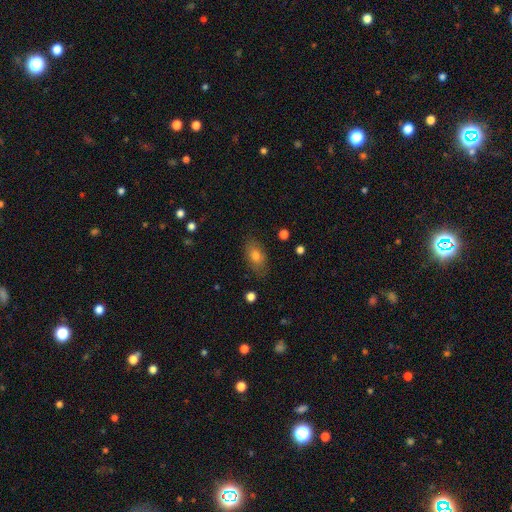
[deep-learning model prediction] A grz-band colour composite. It shows a smooth galaxy with no disk features (72%) that is in between round and cigar-shaped (87%). Merging: none (82%).